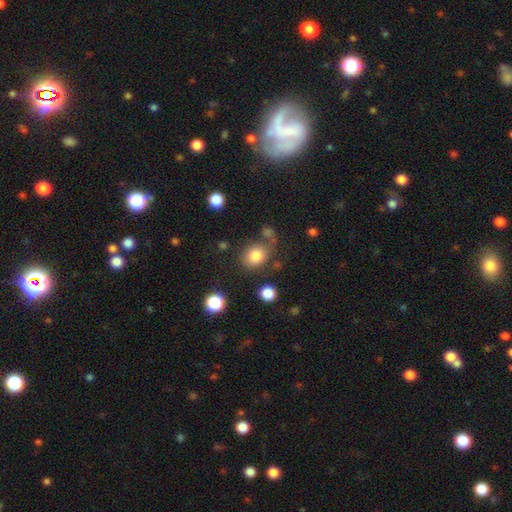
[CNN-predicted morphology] This appears to be a smooth galaxy with no disk features (81%) that is round (65%). Merging: none (59%).